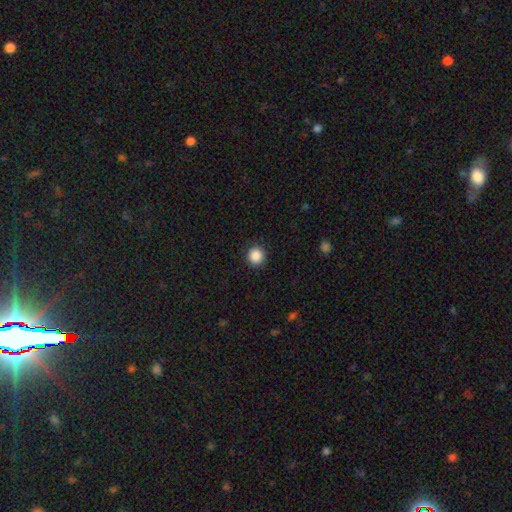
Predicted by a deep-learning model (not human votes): A smooth galaxy with no disk features (88%) that is round (94%).

Vote fractions:
- Smooth or featured? smooth: 88% / star or artifact: 9% / featured or disk: 2%
- How rounded? round: 94% / in between: 6% / cigar-shaped: 1%
- Merging? none: 91% / minor disturbance: 6% / major disturbance: 2% / merger: 1%